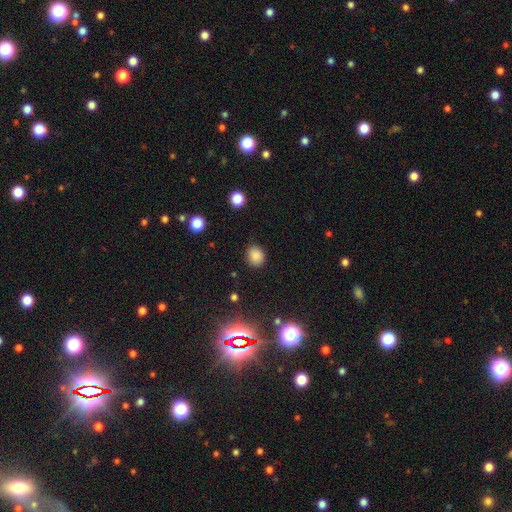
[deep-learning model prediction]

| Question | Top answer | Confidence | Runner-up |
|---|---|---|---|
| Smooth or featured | smooth | 83% | star or artifact (13%) |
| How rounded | round | 65% | in between (34%) |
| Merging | none | 85% | minor disturbance (10%) |